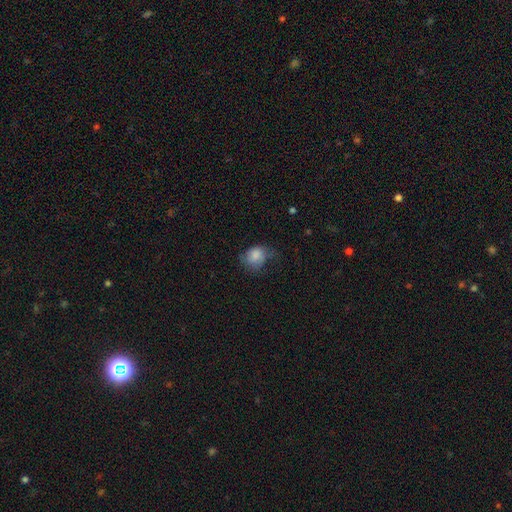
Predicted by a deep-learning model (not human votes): A smooth galaxy with no disk features (79%) that is round (54%). Merging: none (43%).